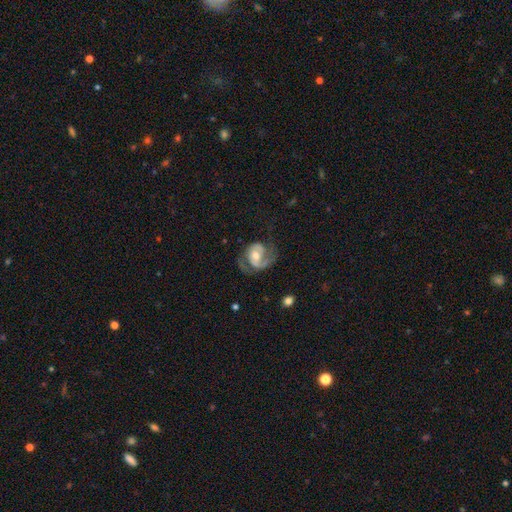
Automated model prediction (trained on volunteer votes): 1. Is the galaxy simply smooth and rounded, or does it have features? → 82% featured or disk, 13% smooth, 5% star or artifact.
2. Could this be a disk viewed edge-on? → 98% no, 2% yes.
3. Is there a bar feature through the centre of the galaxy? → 55% no, 34% weak, 12% strong.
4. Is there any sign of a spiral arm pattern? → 94% yes, 6% no.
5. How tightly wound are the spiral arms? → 49% medium, 29% tight, 22% loose.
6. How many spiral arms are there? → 71% 2, 19% 1, 6% can't tell, 2% 3, 1% 4, 1% more than 4.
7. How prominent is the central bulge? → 61% moderate, 30% small, 6% large, 2% none, 1% dominant.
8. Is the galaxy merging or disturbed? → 56% none, 23% major disturbance, 20% minor disturbance, 2% merger.